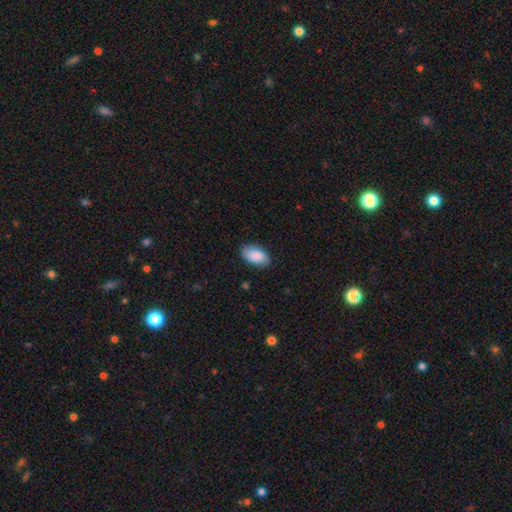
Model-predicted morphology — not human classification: A smooth galaxy with no disk features (86%) that is in between round and cigar-shaped (95%). Merging: none (83%).